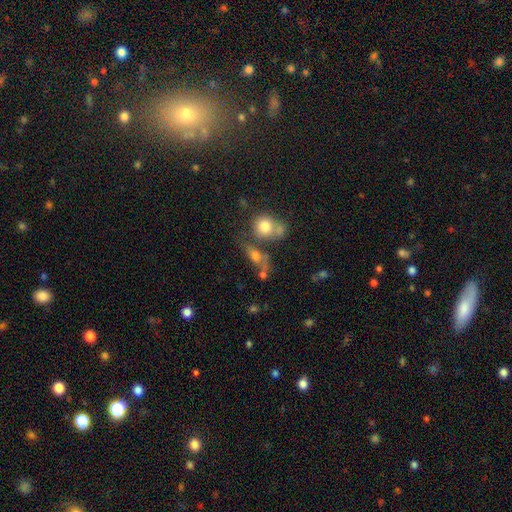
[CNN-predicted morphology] Q: Smooth or featured?
A: smooth (64%); runner-up: featured or disk (23%)
Q: How rounded?
A: in between (64%); runner-up: round (21%)
Q: Merging?
A: none (37%); runner-up: merger (34%)